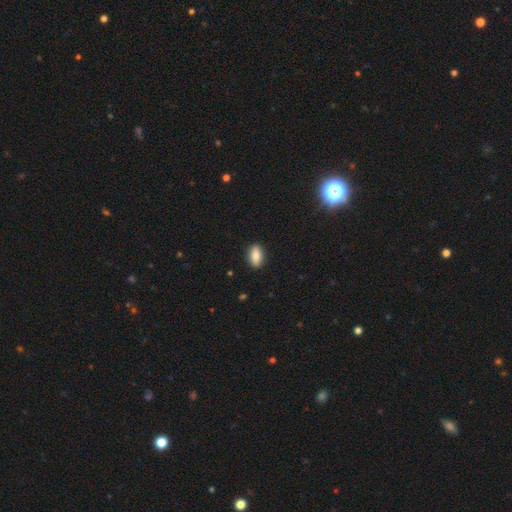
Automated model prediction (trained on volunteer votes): smooth 86%, featured or disk 7%, star or artifact 7%. Down the decision tree: how rounded — in between (89%); merging — none (89%).